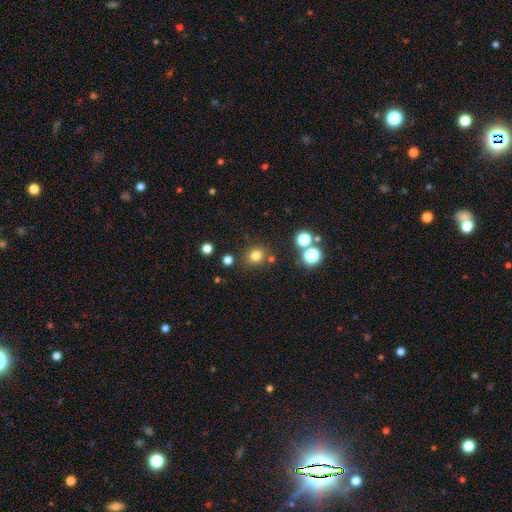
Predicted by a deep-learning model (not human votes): Overall: smooth (77%). How rounded: round (85%). Merging: none (81%).